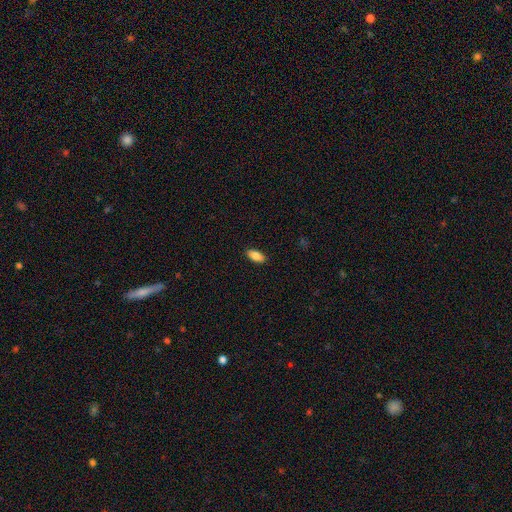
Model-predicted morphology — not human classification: Smooth or featured?
  - smooth: 87% *
  - star or artifact: 7%
  - featured or disk: 6%
How rounded?
  - in between: 90% *
  - cigar-shaped: 8%
  - round: 2%
Merging?
  - none: 89% *
  - minor disturbance: 8%
  - major disturbance: 2%
  - merger: 1%